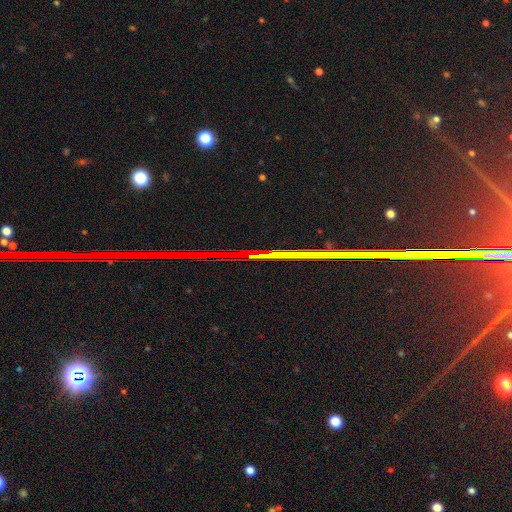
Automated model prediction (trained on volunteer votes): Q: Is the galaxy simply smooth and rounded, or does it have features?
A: star or artifact — 83%.